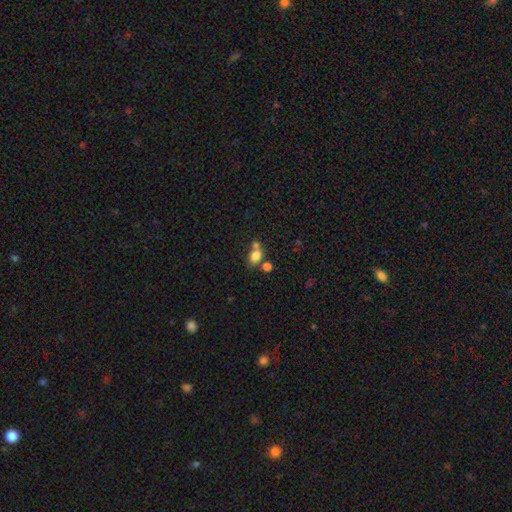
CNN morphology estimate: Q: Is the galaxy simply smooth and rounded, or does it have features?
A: smooth — 79%.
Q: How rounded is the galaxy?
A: in between — 64%.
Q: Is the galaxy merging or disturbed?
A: none — 46%.